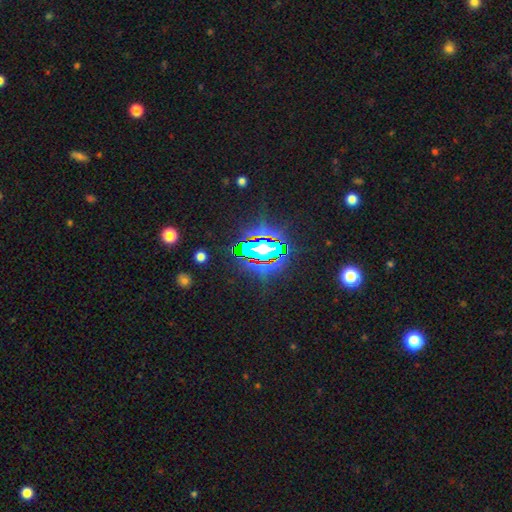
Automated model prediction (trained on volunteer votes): Morphology: type=star or artifact (77%).